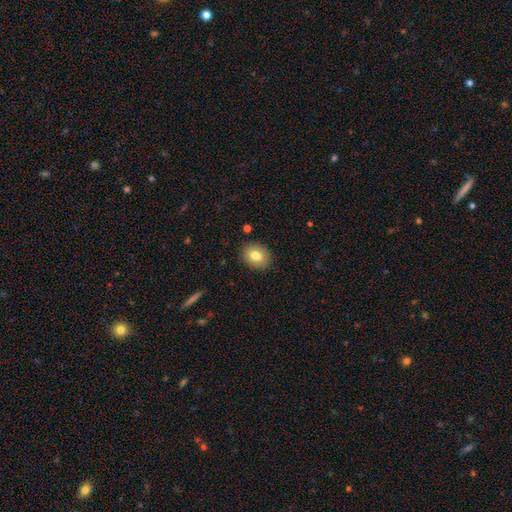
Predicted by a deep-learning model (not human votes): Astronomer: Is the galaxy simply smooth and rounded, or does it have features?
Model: smooth — 80%.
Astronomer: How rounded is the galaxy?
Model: in between — 55% (runner-up: round, 44%).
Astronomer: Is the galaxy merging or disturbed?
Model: none — 88%.